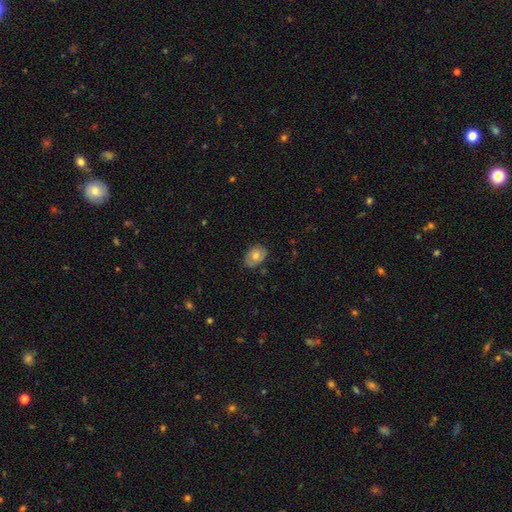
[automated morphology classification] Smooth or featured? smooth (65%)
How rounded? in between (78%)
Merging? none (75%)